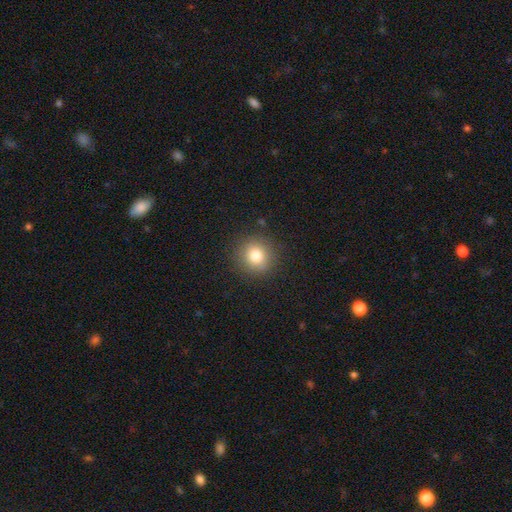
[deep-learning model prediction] Q: Smooth or featured?
A: smooth (80%); runner-up: star or artifact (12%)
Q: How rounded?
A: round (90%); runner-up: in between (9%)
Q: Merging?
A: none (88%); runner-up: minor disturbance (8%)